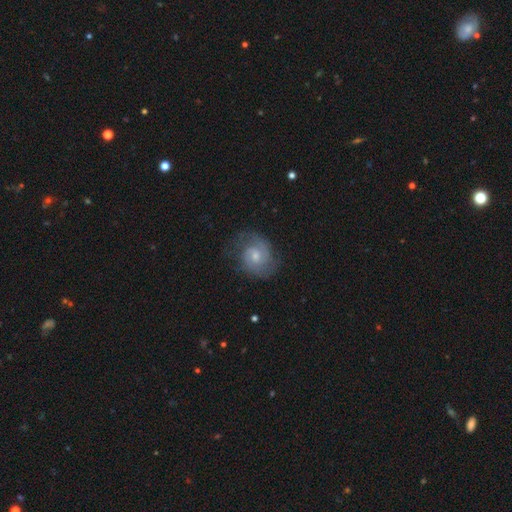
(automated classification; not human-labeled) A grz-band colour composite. It shows a featured or disk galaxy (71%) with no bar (56%), 2 (68%) tight (46%) spiral arms (92%) and a small central bulge (48%). Merging: none (67%).